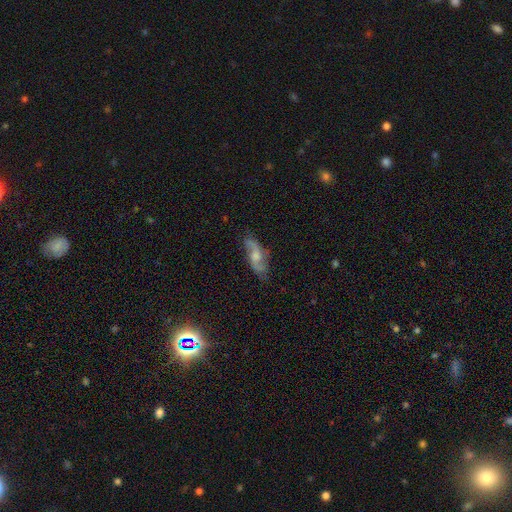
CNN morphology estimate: type=featured or disk (76%); edge-on=no (89%); bar=no (54%); spiral arms=yes (94%); winding=loose (52%); arm count=2 (89%); bulge=moderate (51%); merging=none (77%).